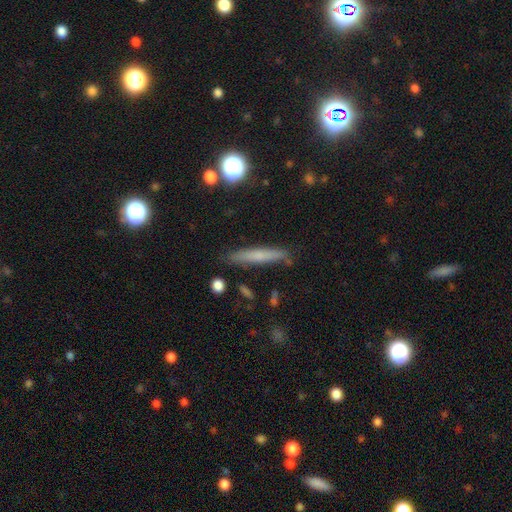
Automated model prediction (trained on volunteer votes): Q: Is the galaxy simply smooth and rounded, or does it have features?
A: smooth — 61%.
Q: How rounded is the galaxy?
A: cigar-shaped — 92%.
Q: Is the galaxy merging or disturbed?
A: none — 85%.